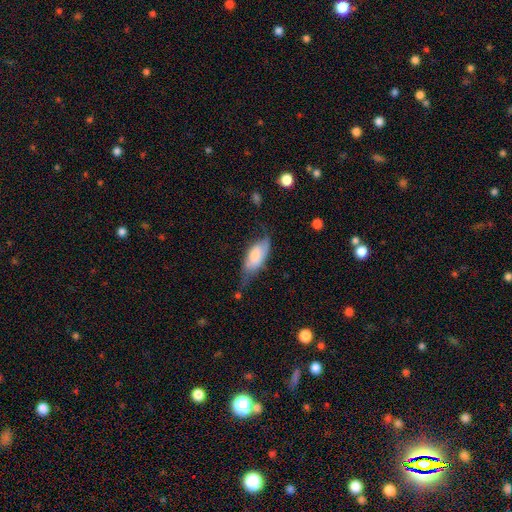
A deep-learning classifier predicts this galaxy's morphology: Smooth or featured? smooth (62%)
How rounded? in between (85%)
Merging? minor disturbance (39%, tied with none)